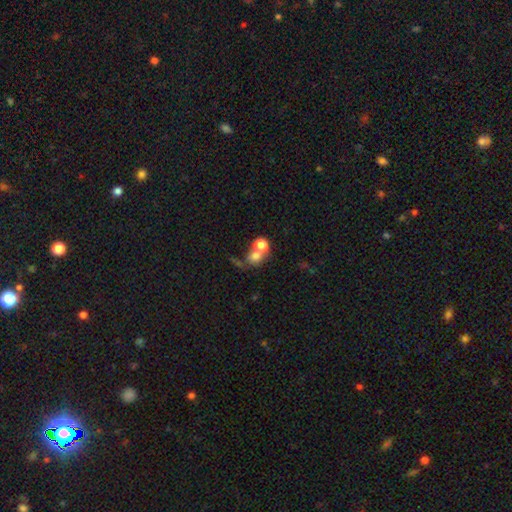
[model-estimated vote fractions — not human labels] smooth_or_featured: smooth (p=0.71) [alt: featured or disk p=0.15]
how_rounded: round (p=0.73) [alt: in between p=0.25]
merging: merger (p=0.52) [alt: none p=0.32]